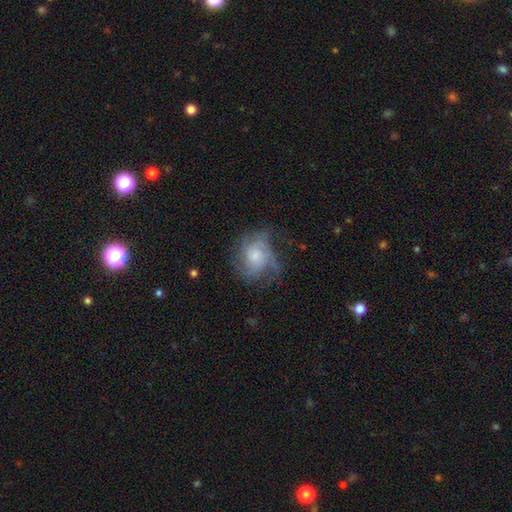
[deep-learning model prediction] A featured or disk galaxy (61%) with no bar (79%), spiral arms (82%) and a moderate central bulge (45%).

Vote fractions:
- Smooth or featured? featured or disk: 61% / smooth: 30% / star or artifact: 10%
- Edge-on disk? no: 97% / yes: 3%
- Bar? no: 79% / weak: 19% / strong: 2%
- Spiral arms? yes: 82% / no: 18%
- Bulge size? moderate: 45% / small: 39% / large: 9% / none: 6% / dominant: 2%
- Merging? none: 52% / minor disturbance: 24% / major disturbance: 21% / merger: 2%